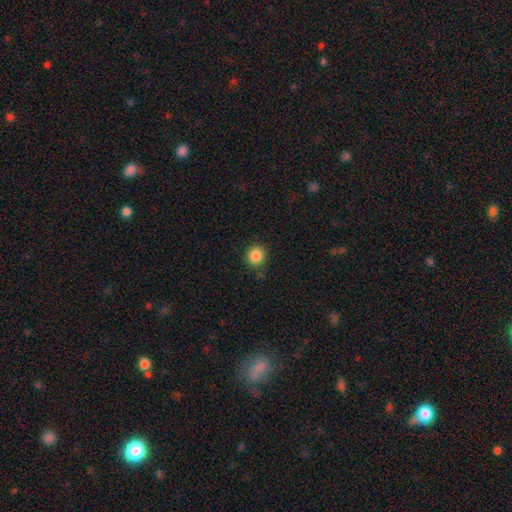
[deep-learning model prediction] smooth_or_featured: smooth (p=0.86) [alt: star or artifact p=0.10]
how_rounded: round (p=0.88) [alt: in between p=0.11]
merging: none (p=0.82) [alt: minor disturbance p=0.13]